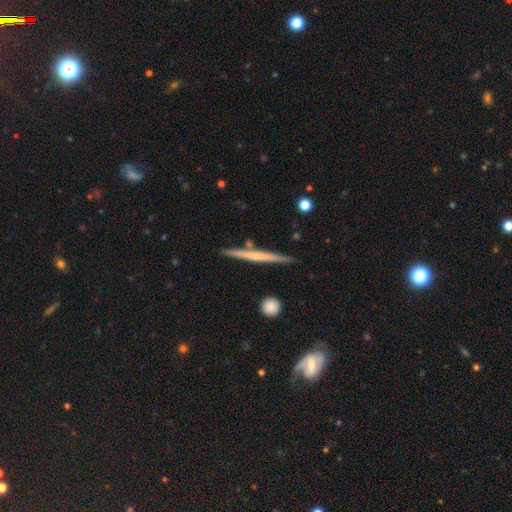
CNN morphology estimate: Q: Smooth or featured?
A: featured or disk (54%); runner-up: smooth (41%)
Q: Edge-on disk?
A: yes (97%); runner-up: no (3%)
Q: Edge-on bulge?
A: none (75%); runner-up: rounded (19%)
Q: Merging?
A: none (87%); runner-up: minor disturbance (8%)